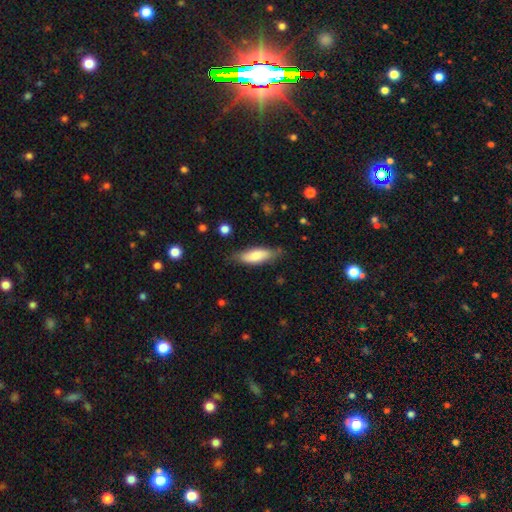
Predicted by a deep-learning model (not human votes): A smooth galaxy with no disk features (76%) that is in between round and cigar-shaped (59%). Merging: none (75%).